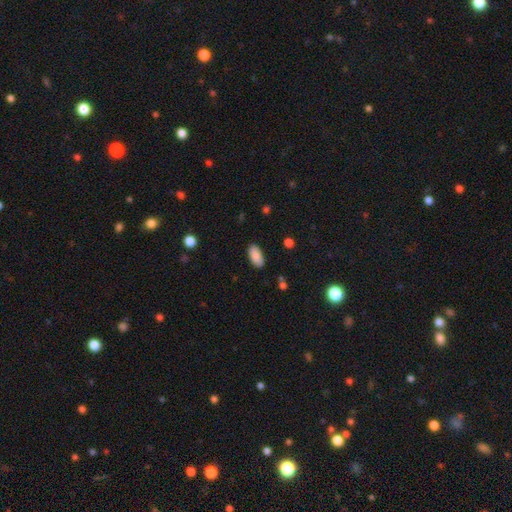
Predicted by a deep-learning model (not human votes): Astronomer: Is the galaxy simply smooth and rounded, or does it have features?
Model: smooth — 87%.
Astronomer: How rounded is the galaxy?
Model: in between — 93%.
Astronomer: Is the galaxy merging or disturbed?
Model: none — 87%.